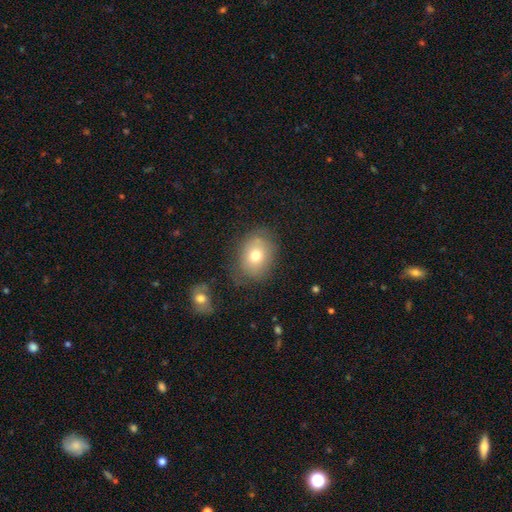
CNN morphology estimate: This is likely a smooth galaxy (72%). How rounded: likely in between (61%). Merging: likely none (71%).